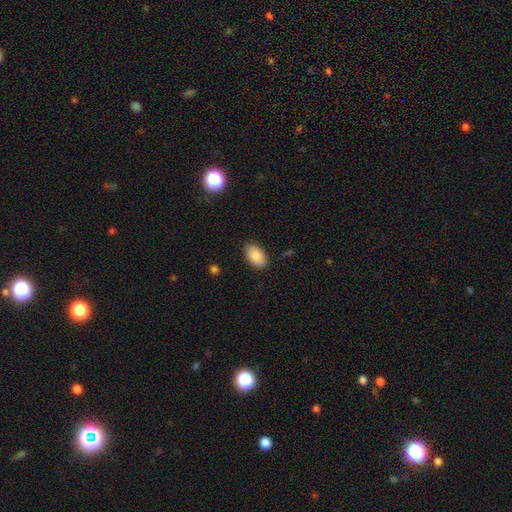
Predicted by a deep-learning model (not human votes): smooth_or_featured: smooth (p=0.88) [alt: star or artifact p=0.07]
how_rounded: in between (p=0.94) [alt: round p=0.05]
merging: none (p=0.87) [alt: minor disturbance p=0.09]